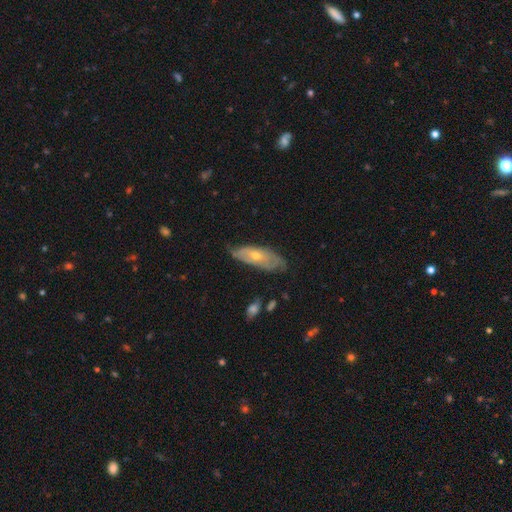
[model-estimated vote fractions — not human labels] This appears to be a featured or disk galaxy (57%). Merging: none (58%).